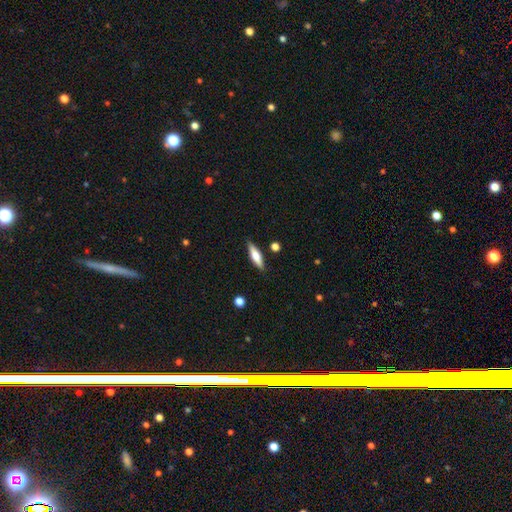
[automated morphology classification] Smooth or featured?
  - smooth: 60% *
  - featured or disk: 34%
  - star or artifact: 6%
How rounded?
  - cigar-shaped: 67% *
  - in between: 31%
  - round: 2%
Merging?
  - none: 86% *
  - minor disturbance: 10%
  - merger: 2%
  - major disturbance: 2%